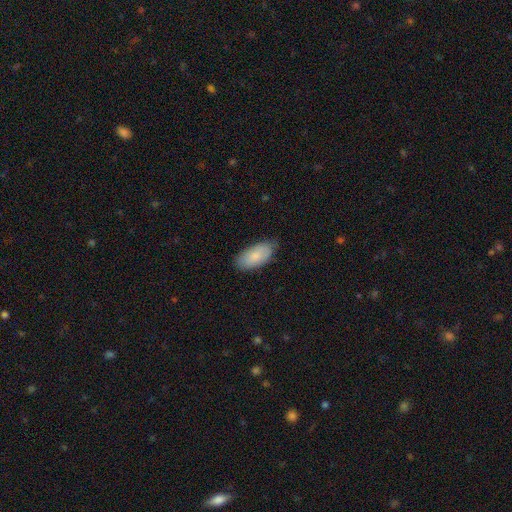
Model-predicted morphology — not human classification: Smooth or featured? Predicted: smooth (p=0.82). How rounded? Predicted: in between (p=0.93). Merging? Predicted: none (p=0.76).